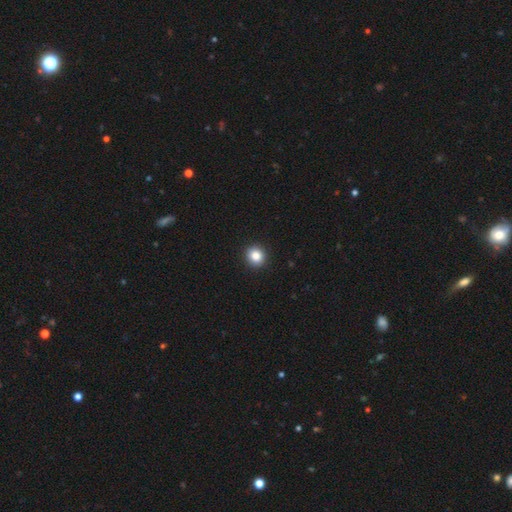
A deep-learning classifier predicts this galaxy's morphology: smooth-or-featured: smooth: 86% | star or artifact: 10% | featured or disk: 4%
  how-rounded: round: 90% | in between: 9% | cigar-shaped: 1%
  merging: none: 93% | minor disturbance: 5% | major disturbance: 2% | merger: 1%